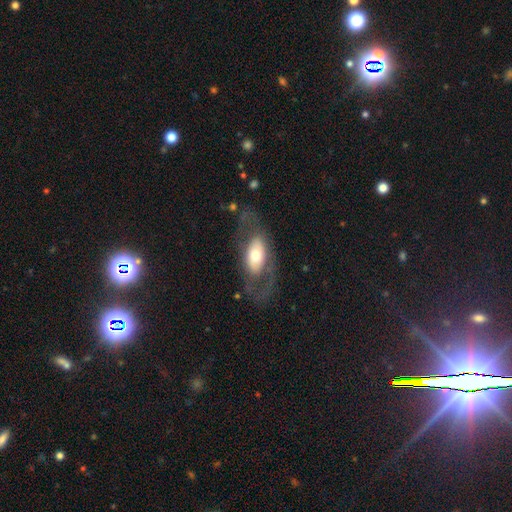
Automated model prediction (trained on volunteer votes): Morphology: type=featured or disk (54%); edge-on=no (85%); merging=none (65%).